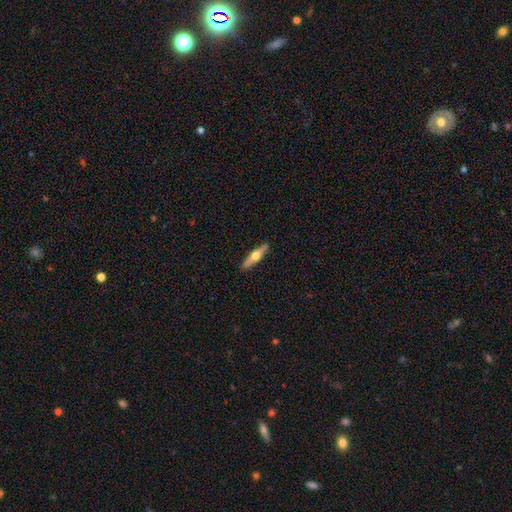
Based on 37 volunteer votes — Morphology: type=featured or disk (73%); edge-on=yes (100%); edge-on bulge=rounded (93%); merging=none (81%).